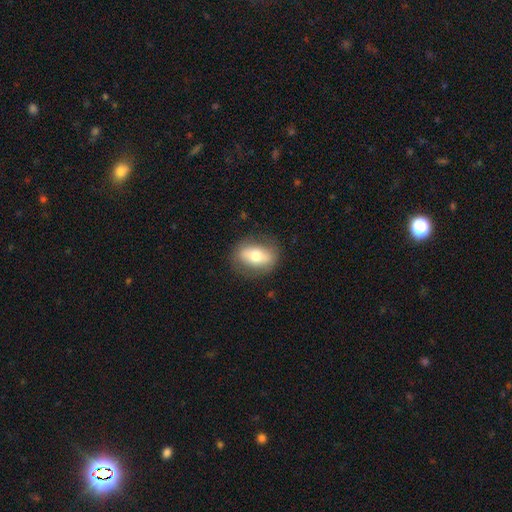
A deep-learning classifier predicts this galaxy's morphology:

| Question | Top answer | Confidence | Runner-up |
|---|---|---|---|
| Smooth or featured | smooth | 59% | featured or disk (34%) |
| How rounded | in between | 78% | round (17%) |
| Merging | none | 82% | minor disturbance (13%) |